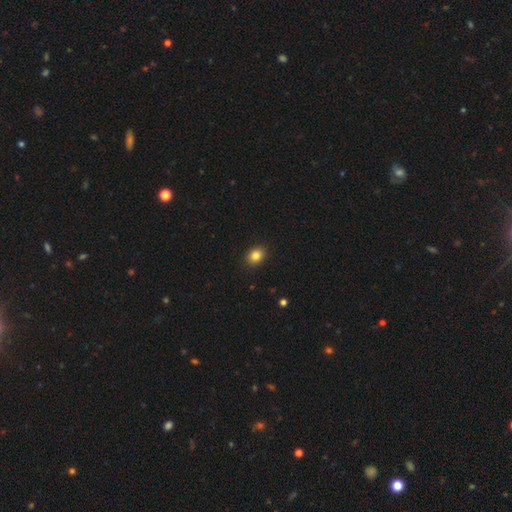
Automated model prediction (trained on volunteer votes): The model was most divided on "how rounded": round: 52%, in between: 47%, cigar-shaped: 1%. More confident: merging — none (91%); smooth or featured — smooth (84%).